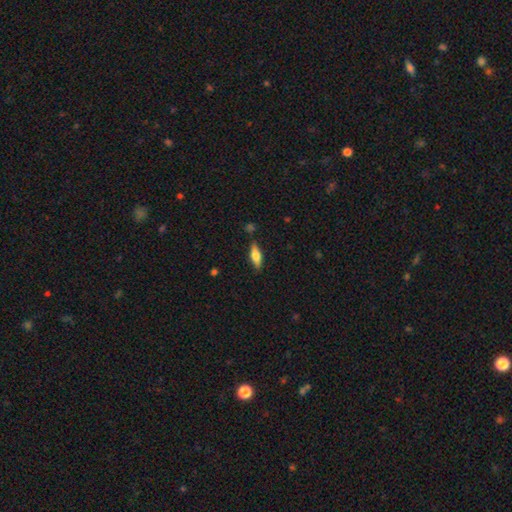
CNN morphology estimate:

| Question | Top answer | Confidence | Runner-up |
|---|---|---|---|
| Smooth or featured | smooth | 57% | featured or disk (36%) |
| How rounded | in between | 55% | cigar-shaped (42%) |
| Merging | none | 82% | minor disturbance (13%) |